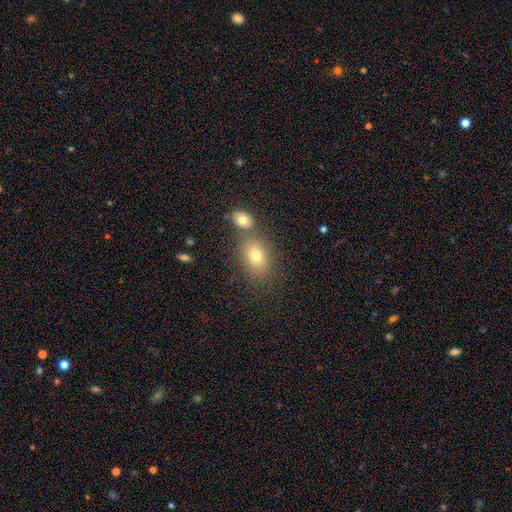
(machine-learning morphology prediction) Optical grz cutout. It shows a smooth galaxy with no disk features (76%) that is in between round and cigar-shaped (76%). Merging: none (59%).